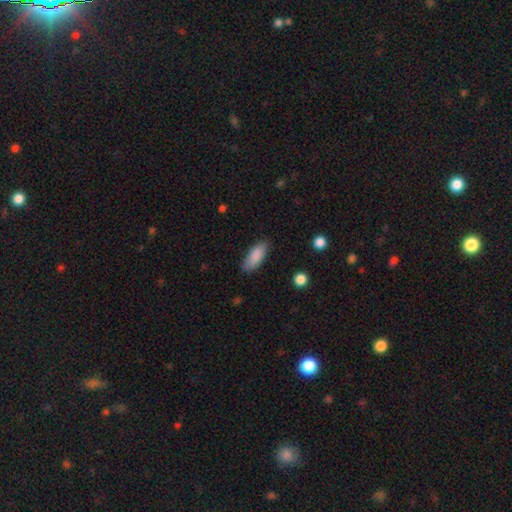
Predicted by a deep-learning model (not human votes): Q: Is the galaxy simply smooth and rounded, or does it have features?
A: smooth — 87%.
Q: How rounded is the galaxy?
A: in between — 78%.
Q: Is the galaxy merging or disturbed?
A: none — 82%.